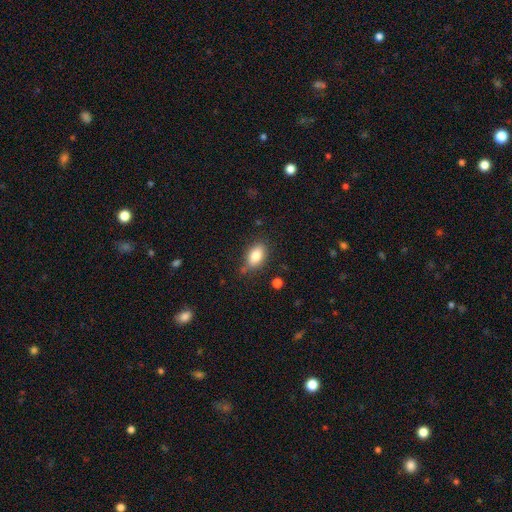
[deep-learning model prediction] A smooth galaxy with no disk features (82%) that is in between round and cigar-shaped (88%).

Vote fractions:
- Smooth or featured? smooth: 82% / featured or disk: 9% / star or artifact: 8%
- How rounded? in between: 88% / round: 9% / cigar-shaped: 3%
- Merging? none: 75% / minor disturbance: 18% / major disturbance: 4% / merger: 4%